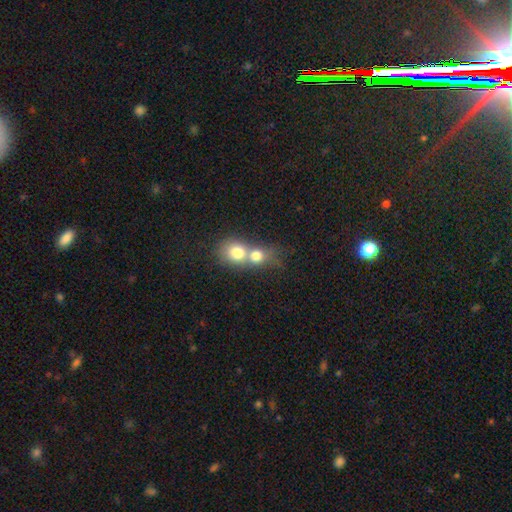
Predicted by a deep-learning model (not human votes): smooth_or_featured: smooth (p=0.72) [alt: featured or disk p=0.18]
how_rounded: round (p=0.70) [alt: in between p=0.28]
merging: merger (p=0.74) [alt: none p=0.19]